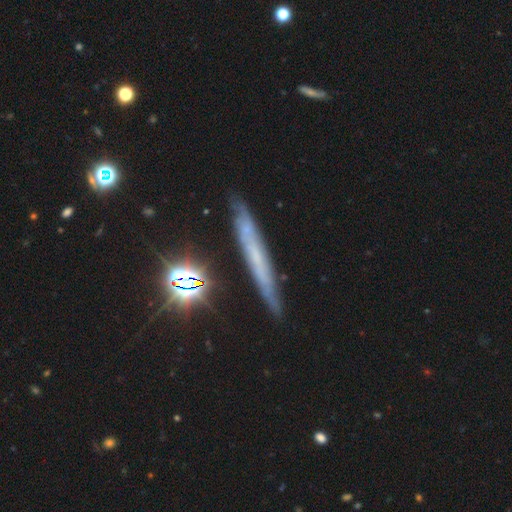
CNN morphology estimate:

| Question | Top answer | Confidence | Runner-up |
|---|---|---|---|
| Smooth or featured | featured or disk | 52% | smooth (33%) |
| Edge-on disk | yes | 84% | no (16%) |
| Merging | none | 83% | minor disturbance (13%) |